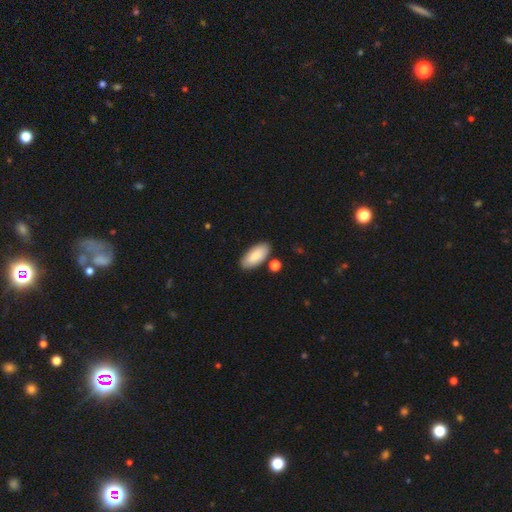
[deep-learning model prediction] Smooth or featured: smooth — 84% (featured or disk — 10%)
How rounded: in between — 90% (cigar-shaped — 8%)
Merging: none — 82% (minor disturbance — 10%)